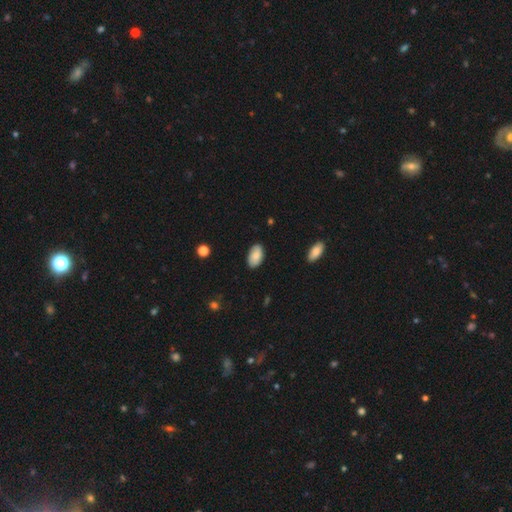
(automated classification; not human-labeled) The model was most divided on "merging": none: 85%, minor disturbance: 12%, major disturbance: 2%, merger: 1%. More confident: how rounded — in between (95%); smooth or featured — smooth (84%).